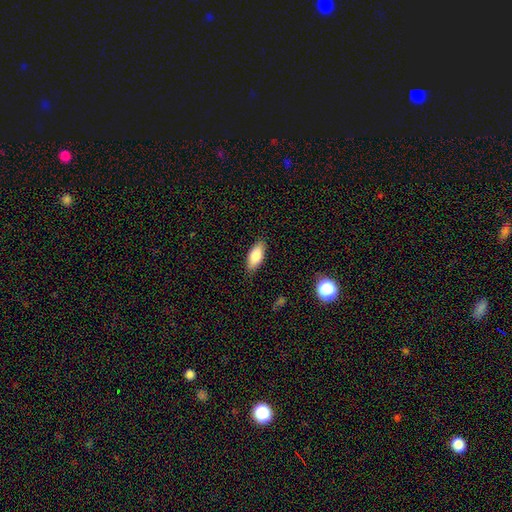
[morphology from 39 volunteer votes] smooth_or_featured: smooth (p=0.82) [alt: star or artifact p=0.10]
how_rounded: in between (p=0.84) [alt: cigar-shaped p=0.09]
merging: none (p=0.83) [alt: minor disturbance p=0.14]